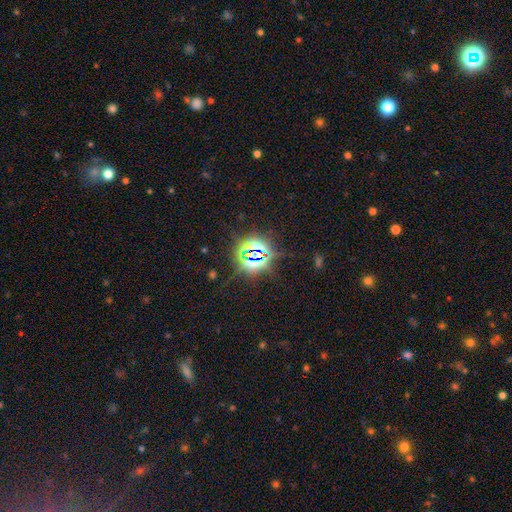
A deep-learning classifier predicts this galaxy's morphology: A star or artifact, not a galaxy (82%).

Vote fractions:
- Smooth or featured? star or artifact: 82% / smooth: 10% / featured or disk: 7%